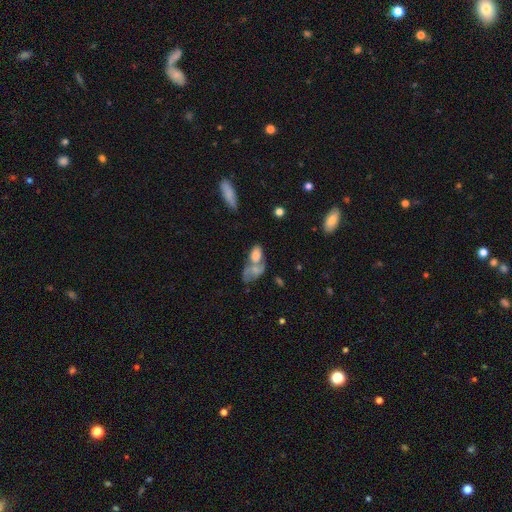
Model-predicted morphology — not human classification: Smooth or featured? Predicted: smooth (p=0.68). How rounded? Predicted: in between (p=0.88). Merging? Predicted: merger (p=0.58).